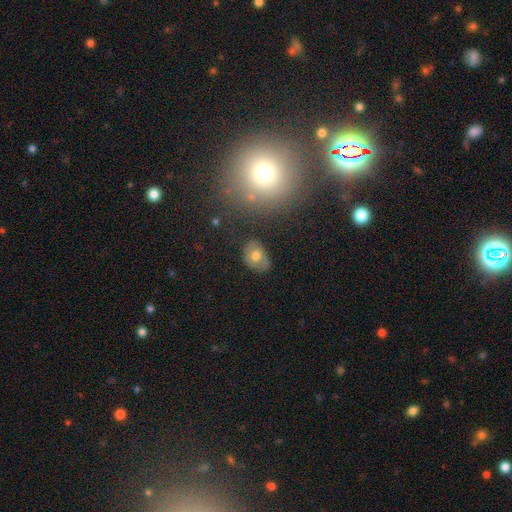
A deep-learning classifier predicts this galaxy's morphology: Smooth or featured? Predicted: smooth (p=0.59). How rounded? Predicted: in between (p=0.73). Merging? Predicted: none (p=0.69).